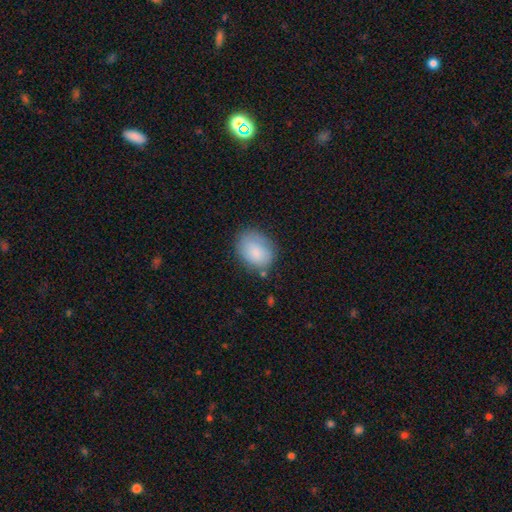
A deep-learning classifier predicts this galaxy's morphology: A smooth galaxy with no disk features (82%) that is in between round and cigar-shaped (65%). Merging: none (68%).